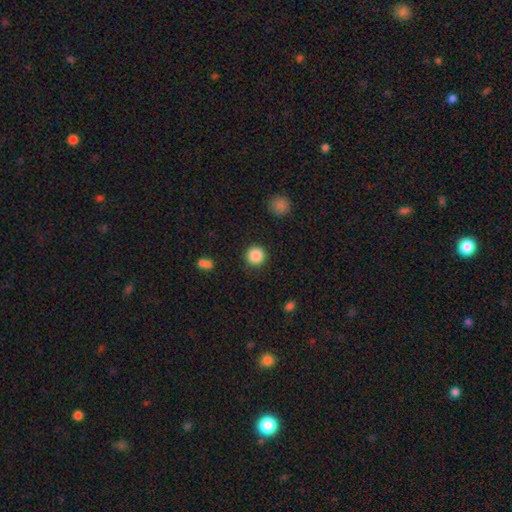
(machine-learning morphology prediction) type=smooth (87%); roundness=round (96%); merging=none (90%).